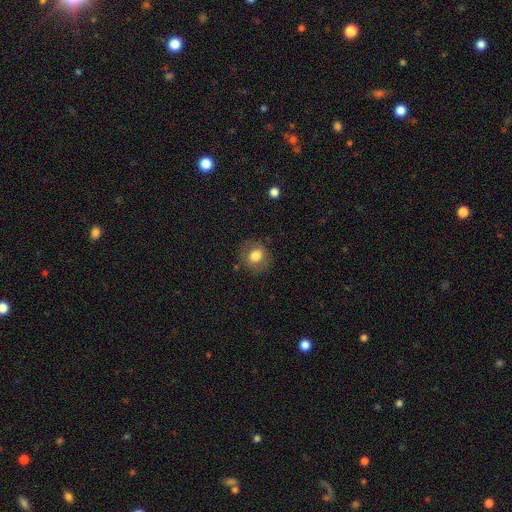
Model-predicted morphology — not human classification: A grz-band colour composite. It shows a smooth galaxy with no disk features (76%) that is round (72%). Merging: none (82%).